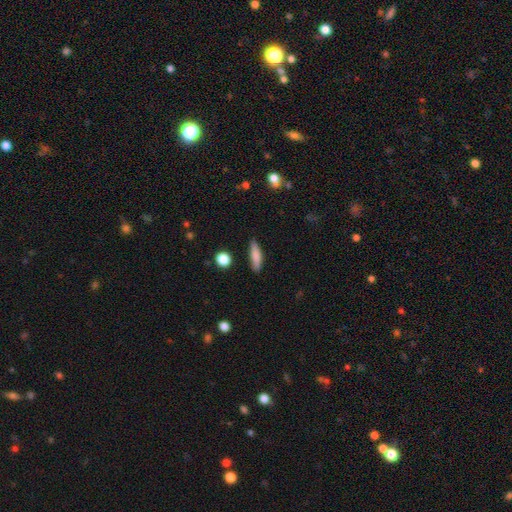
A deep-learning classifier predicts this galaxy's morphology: A smooth galaxy with no disk features (80%) that is cigar-shaped (71%).

Vote fractions:
- Smooth or featured? smooth: 80% / featured or disk: 13% / star or artifact: 7%
- How rounded? cigar-shaped: 71% / in between: 26% / round: 3%
- Merging? none: 83% / minor disturbance: 13% / major disturbance: 3% / merger: 2%